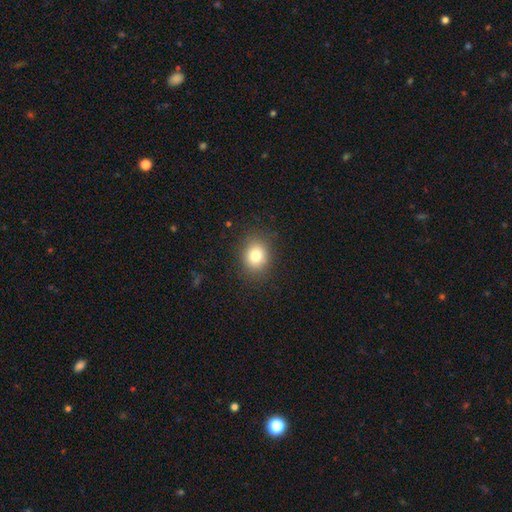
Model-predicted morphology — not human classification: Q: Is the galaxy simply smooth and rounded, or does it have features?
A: smooth — 80%.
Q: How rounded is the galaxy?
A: round — 62%.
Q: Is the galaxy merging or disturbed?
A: none — 87%.